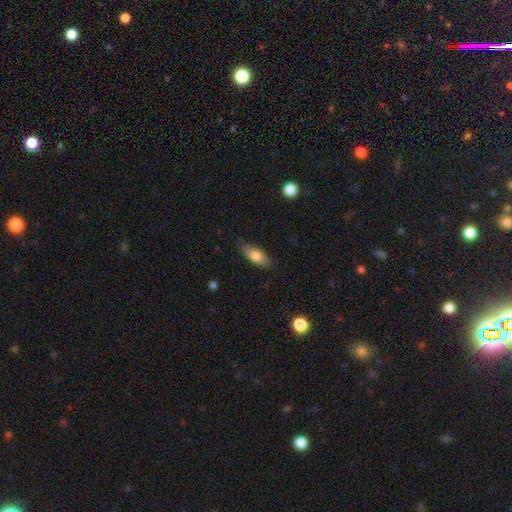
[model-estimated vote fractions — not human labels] Smooth or featured: smooth — 75% (featured or disk — 18%)
How rounded: in between — 73% (cigar-shaped — 24%)
Merging: none — 83% (minor disturbance — 13%)